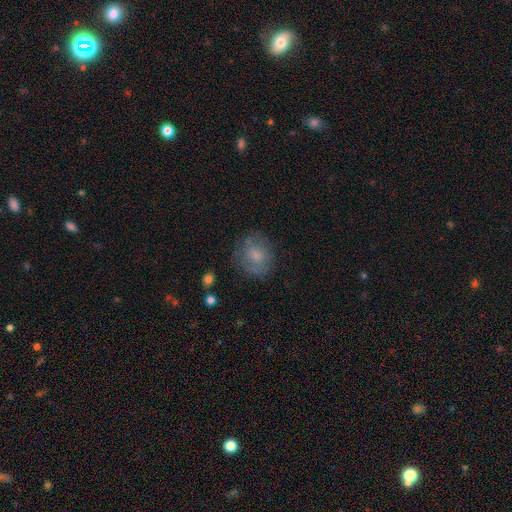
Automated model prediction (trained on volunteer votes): Smooth or featured? Predicted: smooth (p=0.67). How rounded? Predicted: round (p=0.73). Merging? Predicted: none (p=0.71).